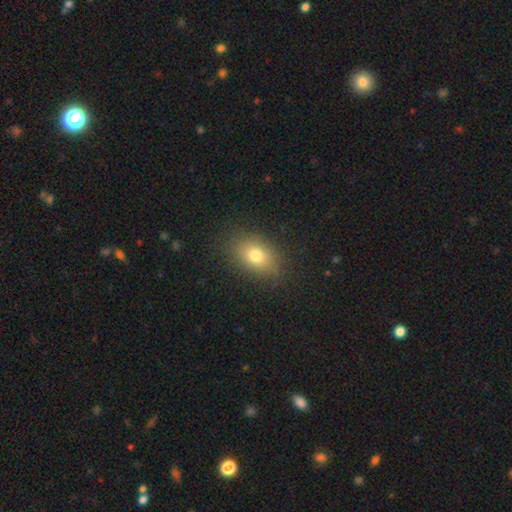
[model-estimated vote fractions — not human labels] Smooth or featured: smooth — 77% (featured or disk — 12%)
How rounded: in between — 76% (round — 22%)
Merging: none — 84% (minor disturbance — 11%)